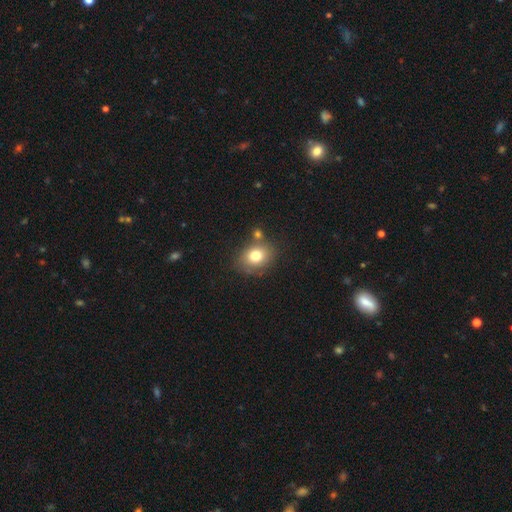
Q: Smooth or featured?
A: smooth (90%); runner-up: featured or disk (8%)
Q: How rounded?
A: round (54%); runner-up: in between (46%)
Q: Merging?
A: none (84%); runner-up: minor disturbance (8%)